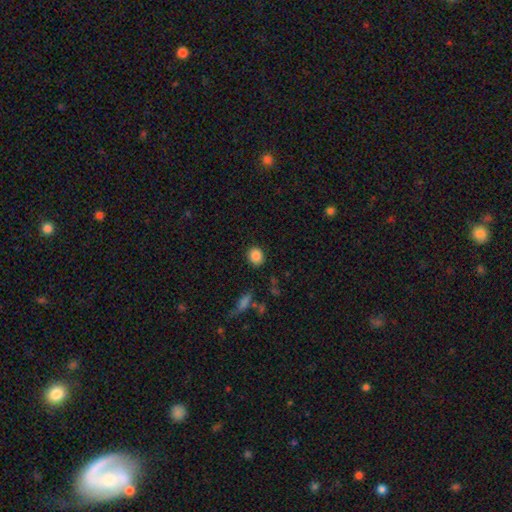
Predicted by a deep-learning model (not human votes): This is clearly a smooth galaxy (86%). How rounded: likely round (67%). Merging: clearly none (88%).